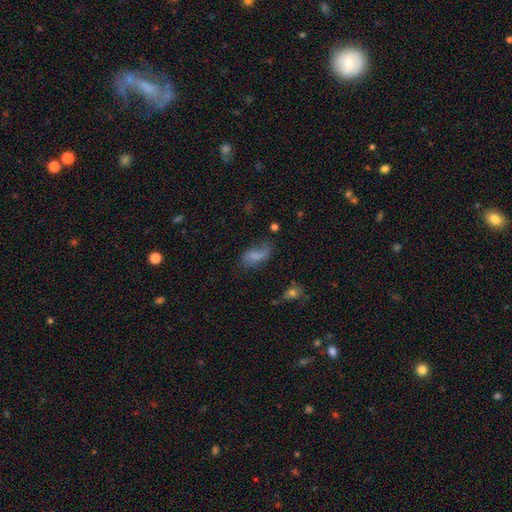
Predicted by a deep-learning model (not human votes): Overall: smooth (59%; featured or disk 30%). How rounded: in between (88%). Merging: none (47%; minor disturbance 29%).